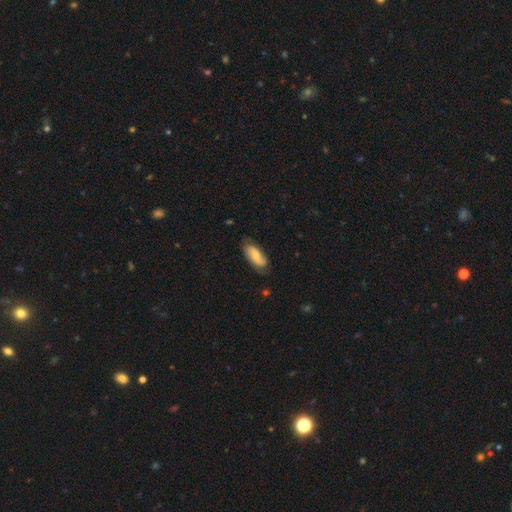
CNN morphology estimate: Smooth or featured? Predicted: smooth (p=0.57). How rounded? Predicted: in between (p=0.82). Merging? Predicted: none (p=0.73).